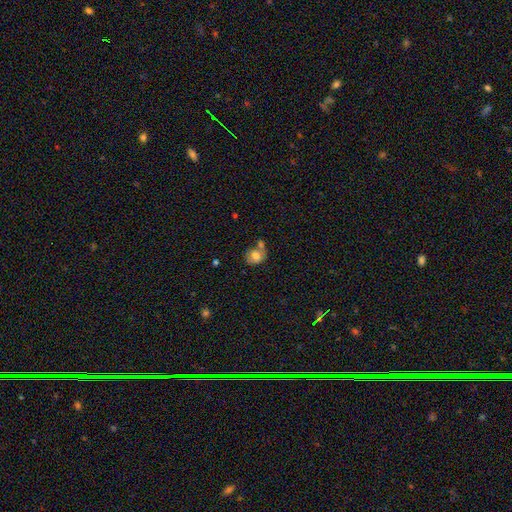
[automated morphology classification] smooth_or_featured: smooth (p=0.72) [alt: featured or disk p=0.18]
how_rounded: round (p=0.58) [alt: in between p=0.41]
merging: none (p=0.44) [alt: merger p=0.32]